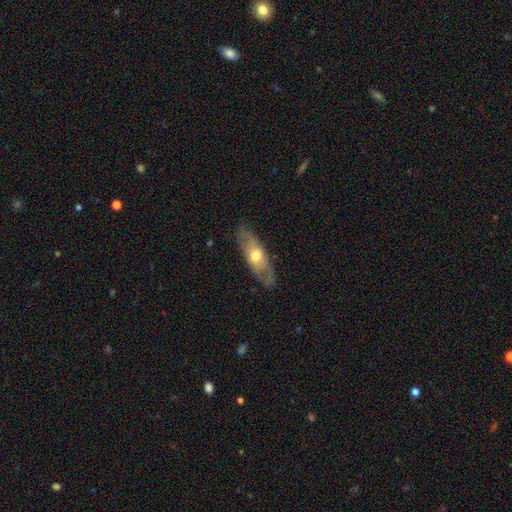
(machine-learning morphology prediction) featured or disk 49%, smooth 46%, star or artifact 5%. Down the decision tree: merging — none (81%).